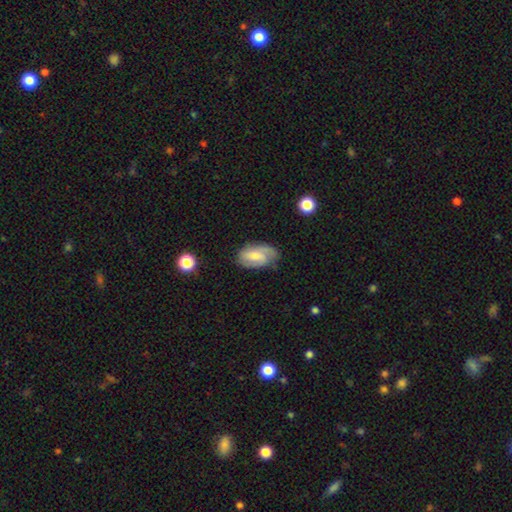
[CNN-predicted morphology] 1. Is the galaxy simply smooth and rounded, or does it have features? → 58% featured or disk, 35% smooth, 7% star or artifact.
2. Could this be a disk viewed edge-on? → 95% no, 5% yes.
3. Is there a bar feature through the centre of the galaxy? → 47% weak, 41% no, 13% strong.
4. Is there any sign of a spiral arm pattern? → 86% yes, 14% no.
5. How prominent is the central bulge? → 49% small, 41% moderate, 6% none, 3% large, 1% dominant.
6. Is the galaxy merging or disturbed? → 60% none, 28% minor disturbance, 10% major disturbance, 2% merger.